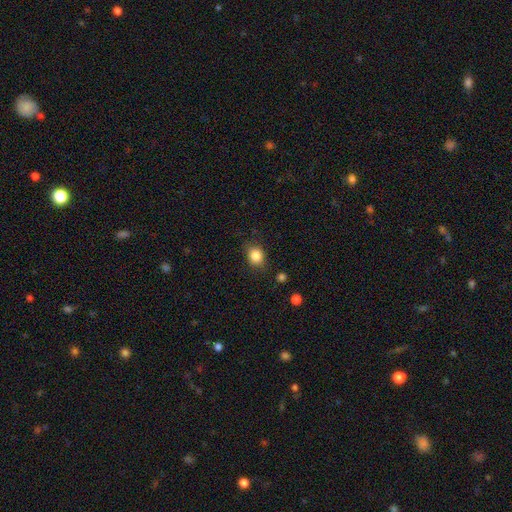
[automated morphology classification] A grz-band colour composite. It shows a smooth galaxy with no disk features (85%) that is round (64%). Merging: none (80%).